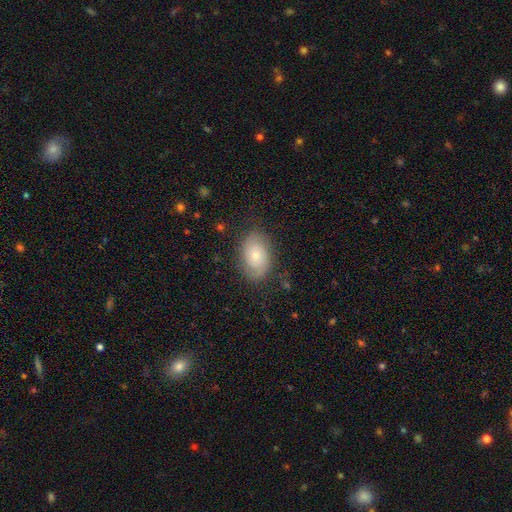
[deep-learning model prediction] A smooth galaxy with no disk features (57%) that is in between round and cigar-shaped (84%). Merging: none (79%).